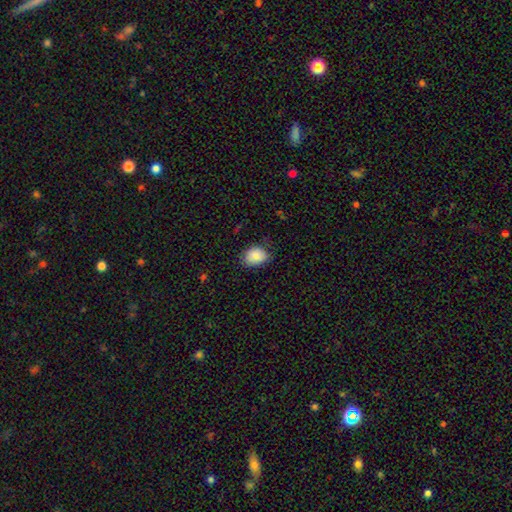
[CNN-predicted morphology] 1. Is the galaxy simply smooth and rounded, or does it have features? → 83% smooth, 9% featured or disk, 8% star or artifact.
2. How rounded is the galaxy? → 61% in between, 38% round, 1% cigar-shaped.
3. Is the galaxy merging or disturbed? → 72% none, 23% minor disturbance, 5% major disturbance, 1% merger.